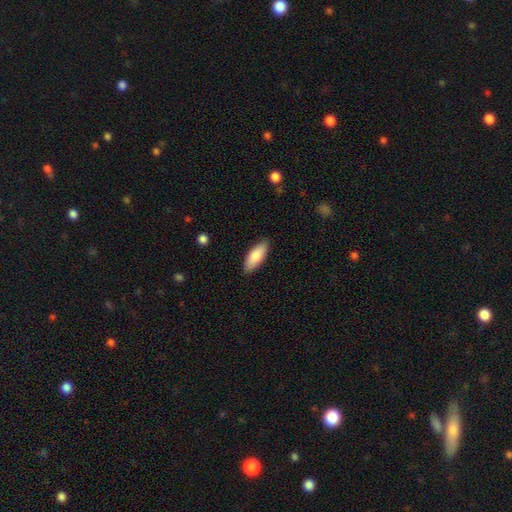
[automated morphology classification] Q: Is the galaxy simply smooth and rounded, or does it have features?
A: smooth — 84%.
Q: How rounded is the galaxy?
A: in between — 77%.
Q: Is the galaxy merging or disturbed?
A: none — 87%.